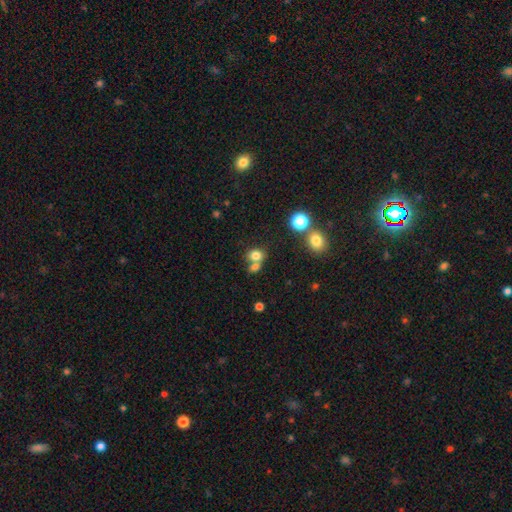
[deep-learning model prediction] smooth_or_featured: smooth (p=0.77) [alt: star or artifact p=0.15]
how_rounded: round (p=0.63) [alt: in between p=0.36]
merging: none (p=0.50) [alt: merger p=0.37]